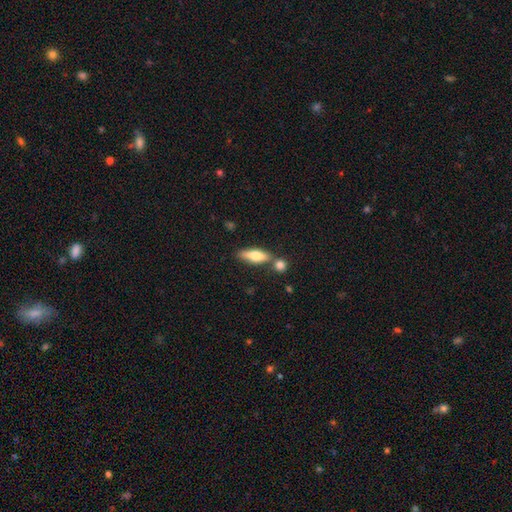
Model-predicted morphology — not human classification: Smooth or featured? Predicted: smooth (p=0.62). How rounded? Predicted: in between (p=0.53). Merging? Predicted: none (p=0.65).